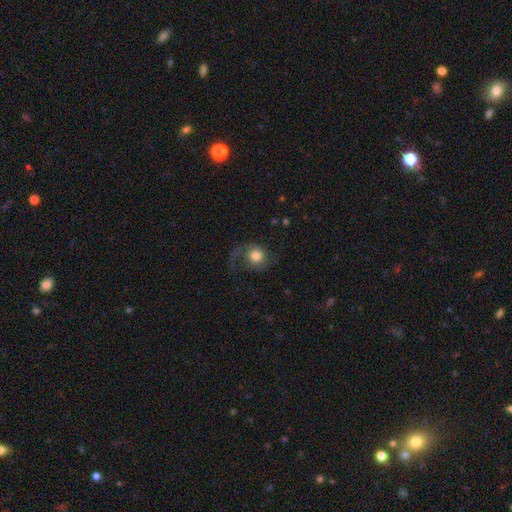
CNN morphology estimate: Smooth or featured: featured or disk — 54% (smooth — 38%)
Edge-on disk: no — 97% (yes — 3%)
Bar: no — 76% (weak — 20%)
Spiral arms: yes — 90% (no — 10%)
Bulge size: moderate — 44% (large — 36%)
Merging: none — 50% (major disturbance — 31%)